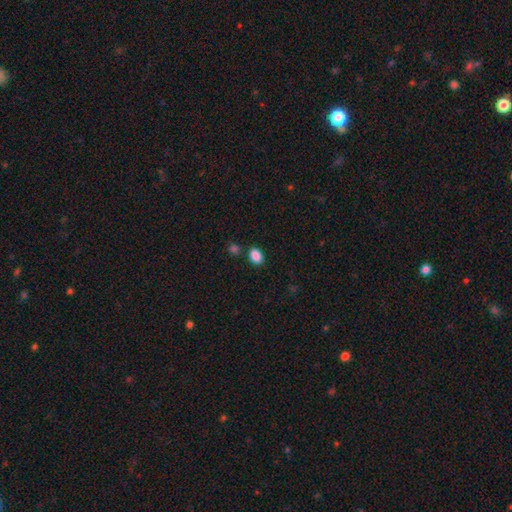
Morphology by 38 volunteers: Smooth or featured? smooth (95%)
How rounded? in between (86%)
Merging? none (78%)